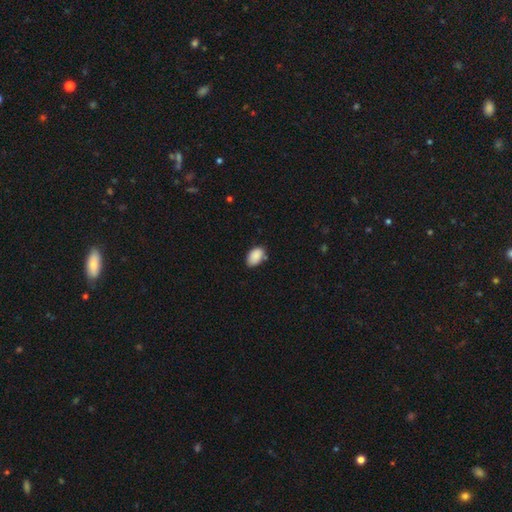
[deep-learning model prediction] This appears to be a smooth galaxy with no disk features (89%) that is in between round and cigar-shaped (92%). Merging: none (75%).